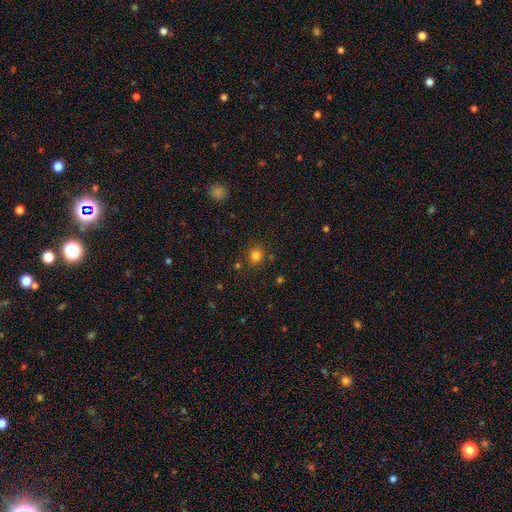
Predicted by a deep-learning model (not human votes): This appears to be a smooth galaxy with no disk features (81%) that is round (83%). Merging: none (84%).